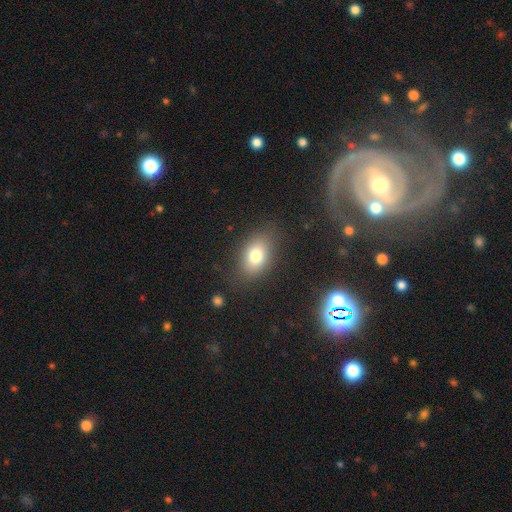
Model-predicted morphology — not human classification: type=smooth (76%); roundness=in between (77%); merging=none (79%).